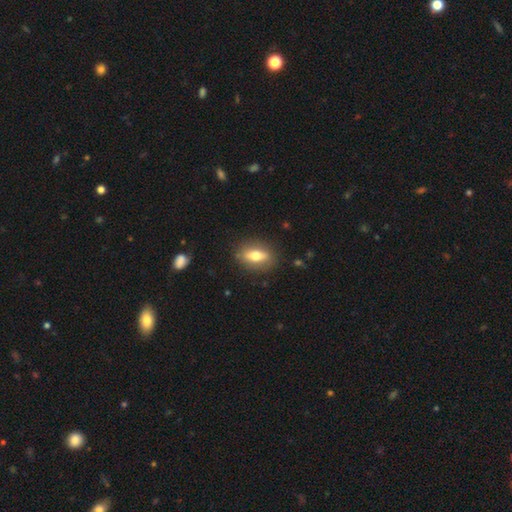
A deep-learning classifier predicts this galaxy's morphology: Smooth or featured? Predicted: smooth (p=0.61). How rounded? Predicted: in between (p=0.71). Merging? Predicted: none (p=0.86).